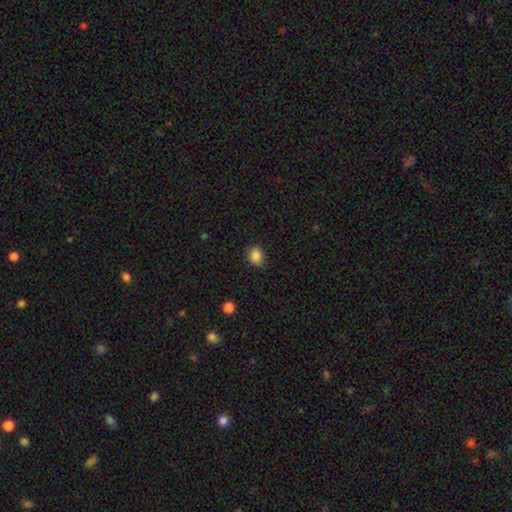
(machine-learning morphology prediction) The model was most divided on "how rounded": in between: 57%, round: 42%, cigar-shaped: 1%. More confident: smooth or featured — smooth (87%); merging — none (83%).